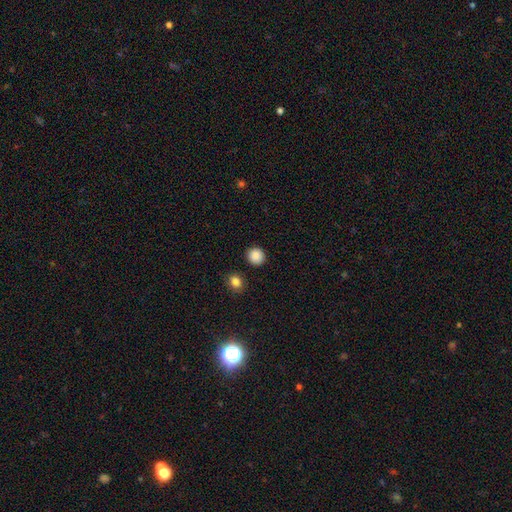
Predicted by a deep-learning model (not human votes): Morphology: type=smooth (88%); roundness=round (92%); merging=none (90%).